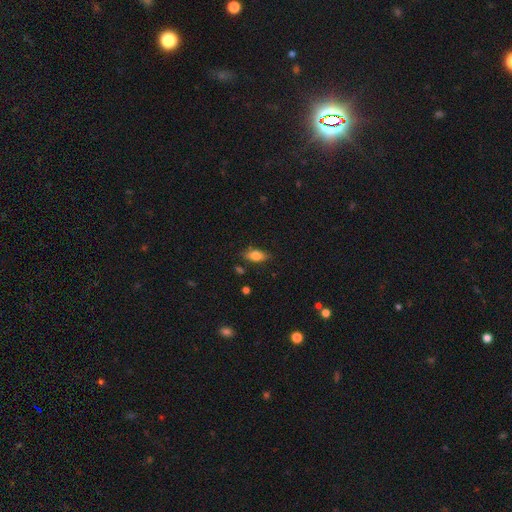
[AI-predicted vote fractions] Smooth or featured? Predicted: smooth (p=0.76). How rounded? Predicted: in between (p=0.83). Merging? Predicted: none (p=0.78).